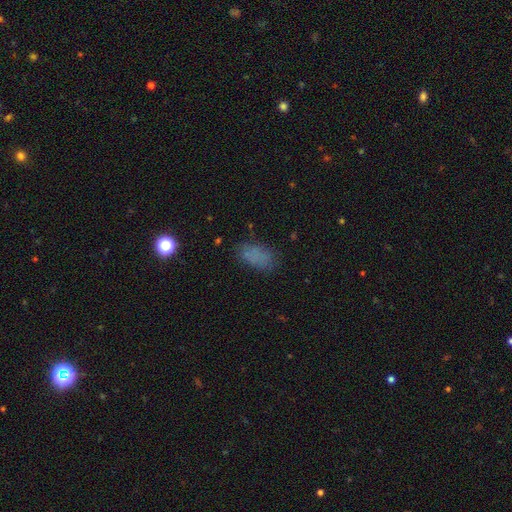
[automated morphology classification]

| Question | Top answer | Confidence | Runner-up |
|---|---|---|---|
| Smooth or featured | smooth | 72% | star or artifact (17%) |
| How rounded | in between | 88% | round (7%) |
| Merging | none | 68% | minor disturbance (19%) |